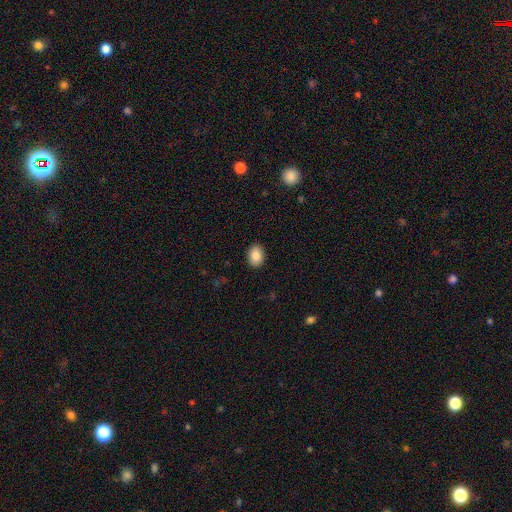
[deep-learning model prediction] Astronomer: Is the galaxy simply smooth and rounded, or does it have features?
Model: smooth — 87%.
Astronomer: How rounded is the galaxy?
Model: in between — 76%.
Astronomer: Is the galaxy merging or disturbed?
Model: none — 90%.